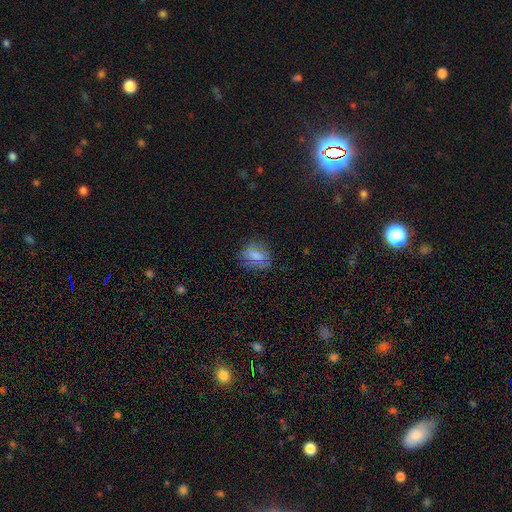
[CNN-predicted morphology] smooth 75%, featured or disk 13%, star or artifact 11%. Down the decision tree: how rounded — in between (73%); merging — none (70%).